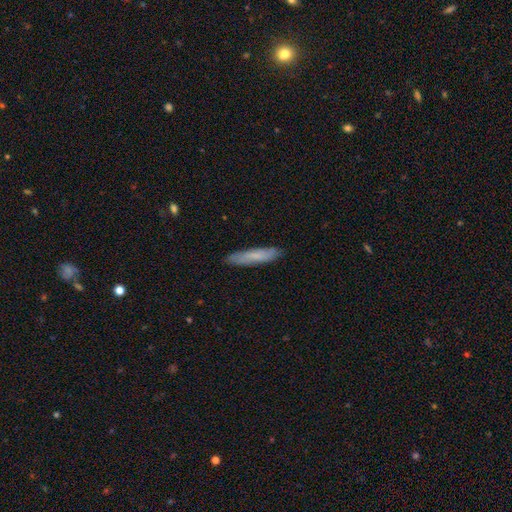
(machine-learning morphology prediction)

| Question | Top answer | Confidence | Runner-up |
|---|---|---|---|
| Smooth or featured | smooth | 73% | featured or disk (21%) |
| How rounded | cigar-shaped | 87% | in between (11%) |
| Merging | none | 88% | minor disturbance (9%) |